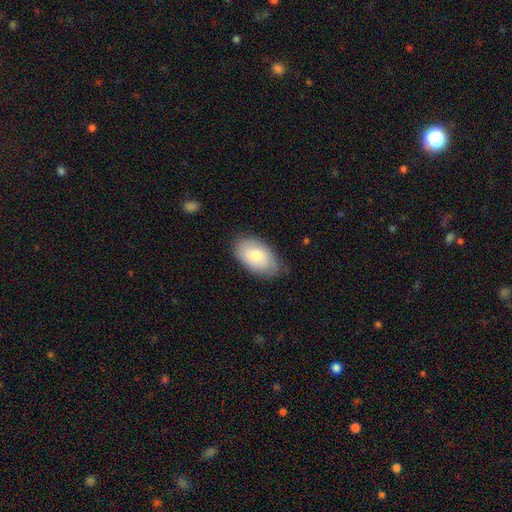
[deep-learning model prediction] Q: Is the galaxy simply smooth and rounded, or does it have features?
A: smooth — 72%.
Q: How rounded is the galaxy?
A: in between — 94%.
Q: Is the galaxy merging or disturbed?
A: none — 73%.